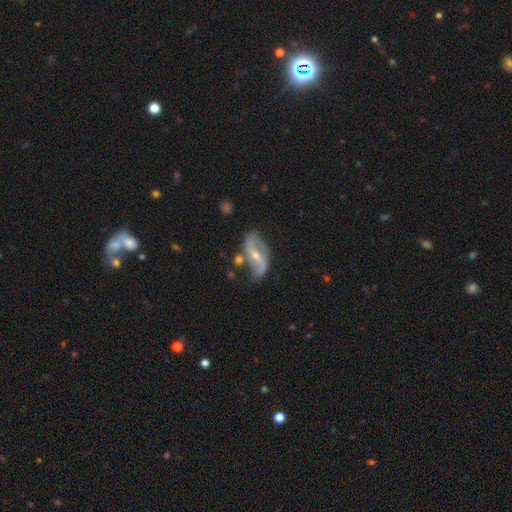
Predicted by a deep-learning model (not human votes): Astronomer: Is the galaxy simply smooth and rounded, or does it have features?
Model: featured or disk — 88%.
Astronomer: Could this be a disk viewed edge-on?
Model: no — 94%.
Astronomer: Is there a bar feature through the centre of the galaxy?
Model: strong — 44% (runner-up: weak, 32%).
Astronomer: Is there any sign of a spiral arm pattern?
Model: yes — 94%.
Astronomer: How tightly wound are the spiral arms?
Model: loose — 65%.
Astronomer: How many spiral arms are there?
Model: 2 — 91%.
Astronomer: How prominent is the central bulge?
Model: small — 51% (runner-up: moderate, 46%).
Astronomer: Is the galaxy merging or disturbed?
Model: none — 62%.